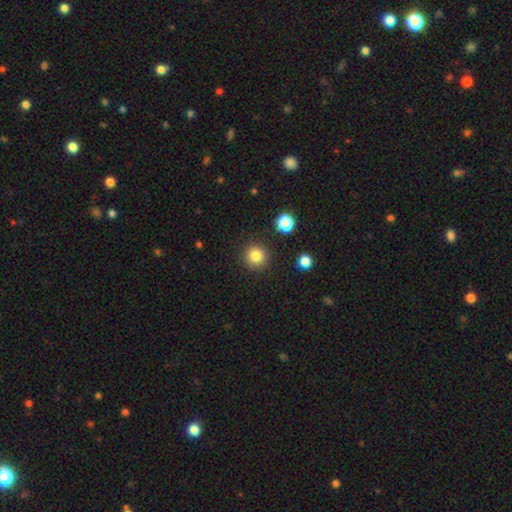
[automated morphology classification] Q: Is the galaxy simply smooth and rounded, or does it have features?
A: smooth — 83%.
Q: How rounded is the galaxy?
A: round — 95%.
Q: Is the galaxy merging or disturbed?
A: none — 91%.